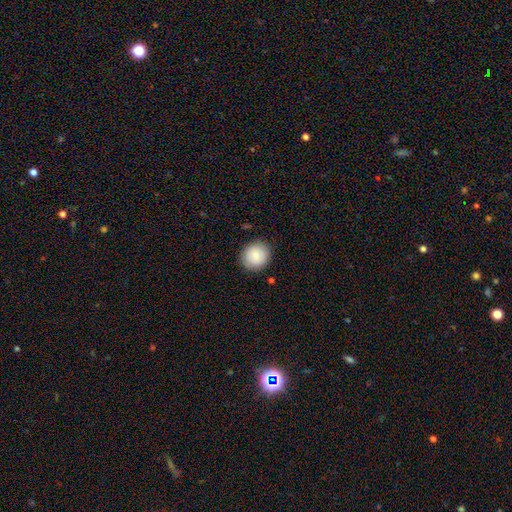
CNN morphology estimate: Smooth or featured? smooth (83%)
How rounded? round (85%)
Merging? none (89%)